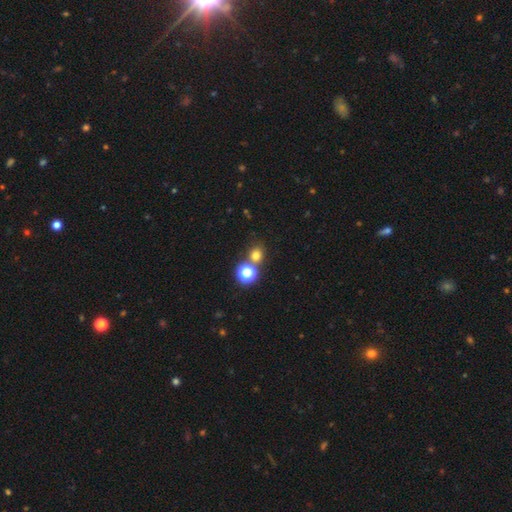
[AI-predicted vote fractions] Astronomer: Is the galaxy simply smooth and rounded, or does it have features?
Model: smooth — 71%.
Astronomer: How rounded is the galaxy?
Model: round — 82%.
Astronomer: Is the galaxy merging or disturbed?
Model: none — 70%.